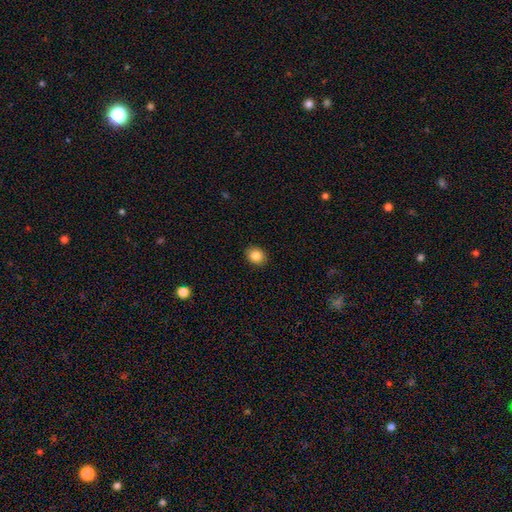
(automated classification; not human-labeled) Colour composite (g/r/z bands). It shows a smooth galaxy with no disk features (84%) that is round (59%). Merging: none (91%).